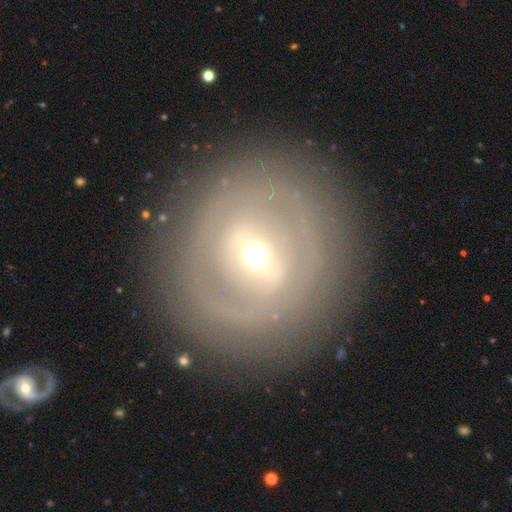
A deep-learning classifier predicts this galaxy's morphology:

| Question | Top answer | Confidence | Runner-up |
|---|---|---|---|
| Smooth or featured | featured or disk | 73% | smooth (20%) |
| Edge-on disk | no | 94% | yes (6%) |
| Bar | weak | 41% | strong (38%) |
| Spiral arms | no | 56% | yes (44%) |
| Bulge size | moderate | 52% | small (43%) |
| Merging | none | 84% | minor disturbance (10%) |